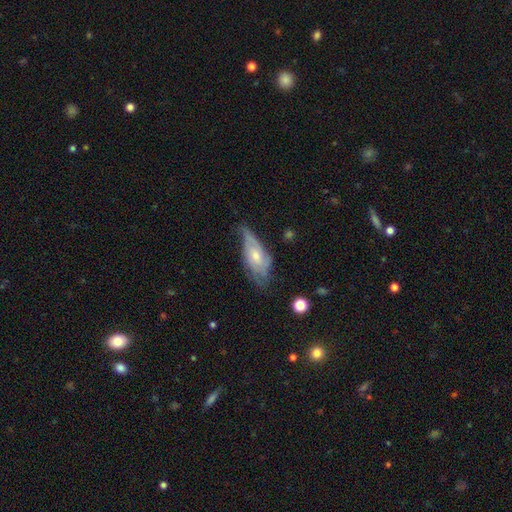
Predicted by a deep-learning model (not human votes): A featured or disk galaxy (64%) with no bar (70%), spiral arms (81%) and a small central bulge (49%).

Vote fractions:
- Smooth or featured? featured or disk: 64% / smooth: 30% / star or artifact: 7%
- Edge-on disk? no: 87% / yes: 13%
- Bar? no: 70% / weak: 25% / strong: 4%
- Spiral arms? yes: 81% / no: 19%
- Bulge size? small: 49% / moderate: 44% / none: 3% / large: 3% / dominant: 1%
- Merging? none: 48% / minor disturbance: 34% / major disturbance: 16% / merger: 2%